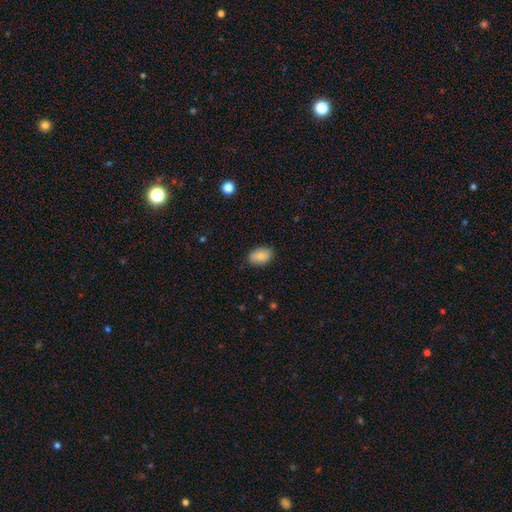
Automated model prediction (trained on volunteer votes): Overall: smooth (79%). How rounded: in between (85%). Merging: none (84%).